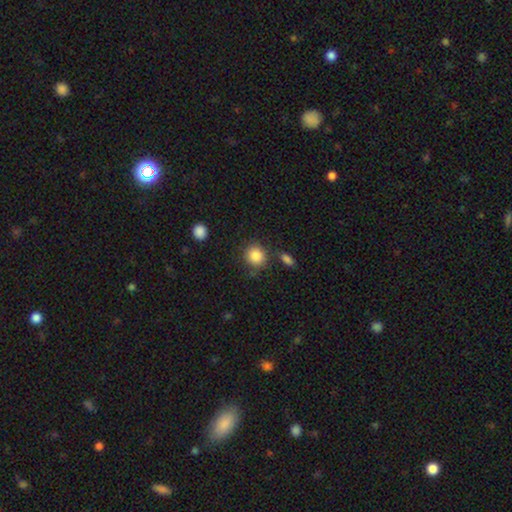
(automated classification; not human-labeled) smooth_or_featured: smooth (p=0.86) [alt: star or artifact p=0.09]
how_rounded: round (p=0.83) [alt: in between p=0.16]
merging: none (p=0.77) [alt: minor disturbance p=0.12]